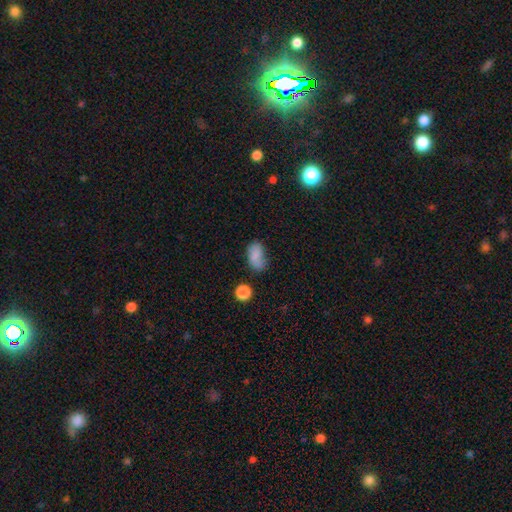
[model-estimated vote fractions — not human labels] This appears to be a smooth galaxy with no disk features (78%) that is in between round and cigar-shaped (88%). Merging: none (54%).